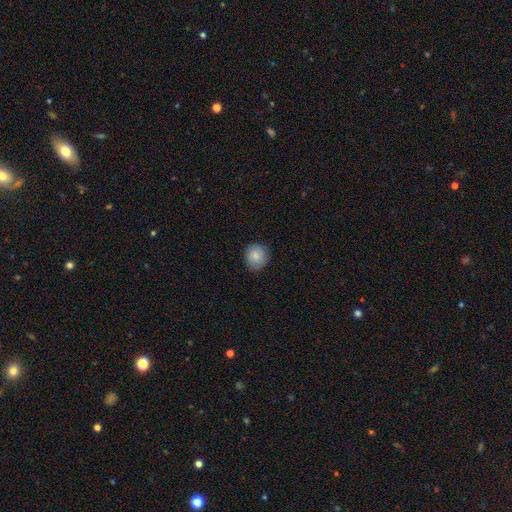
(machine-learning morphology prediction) type=smooth (83%); roundness=round (85%); merging=none (83%).